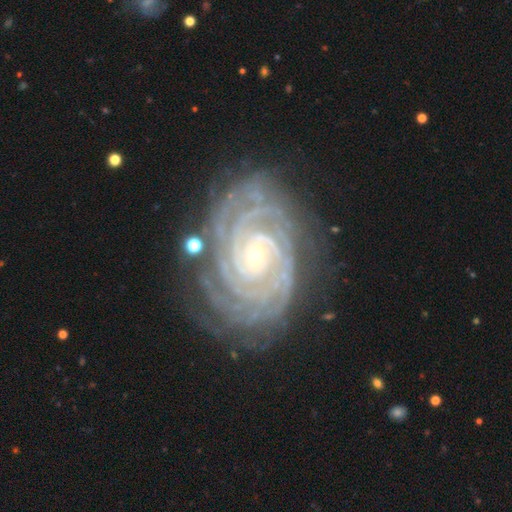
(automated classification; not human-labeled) A featured or disk galaxy (92%) with no bar (67%), 4 (25%) tight (88%) spiral arms (99%) and a small central bulge (80%).

Vote fractions:
- Smooth or featured? featured or disk: 92% / star or artifact: 5% / smooth: 3%
- Edge-on disk? no: 97% / yes: 3%
- Bar? no: 67% / weak: 20% / strong: 13%
- Spiral arms? yes: 99% / no: 1%
- Spiral winding? tight: 88% / medium: 10% / loose: 1%
- Spiral arm count? 4: 25% / more than 4: 20% / 3: 17% / 2: 16% / can't tell: 14% / 1: 8%
- Bulge size? small: 80% / moderate: 17% / large: 1% / none: 1% / dominant: 1%
- Merging? none: 79% / minor disturbance: 15% / major disturbance: 4% / merger: 2%